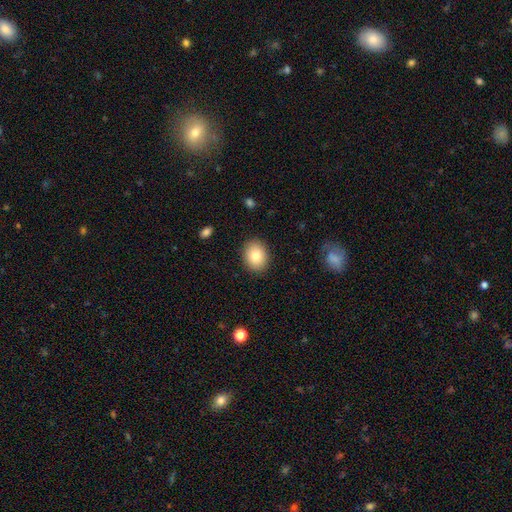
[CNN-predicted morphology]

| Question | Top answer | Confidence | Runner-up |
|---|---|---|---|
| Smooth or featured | smooth | 83% | featured or disk (9%) |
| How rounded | in between | 58% | round (41%) |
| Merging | none | 89% | minor disturbance (8%) |